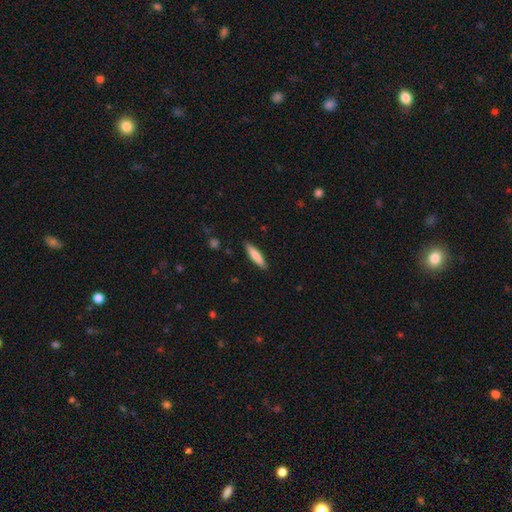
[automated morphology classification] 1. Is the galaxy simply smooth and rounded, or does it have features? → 78% smooth, 17% featured or disk, 6% star or artifact.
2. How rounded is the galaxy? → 81% cigar-shaped, 18% in between, 1% round.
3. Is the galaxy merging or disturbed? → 89% none, 8% minor disturbance, 2% major disturbance, 1% merger.